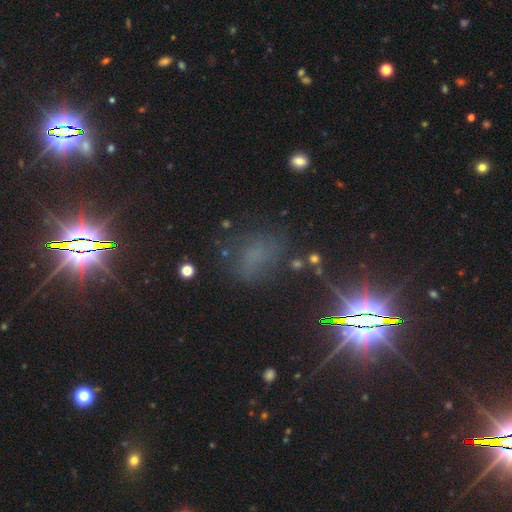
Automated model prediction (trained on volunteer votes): The model was most divided on "smooth or featured": star or artifact: 54%, smooth: 28%, featured or disk: 18%.